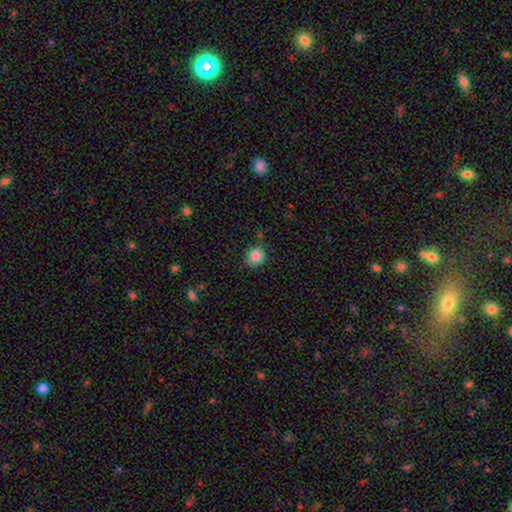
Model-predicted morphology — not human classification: type=smooth (86%); roundness=round (83%); merging=none (82%).